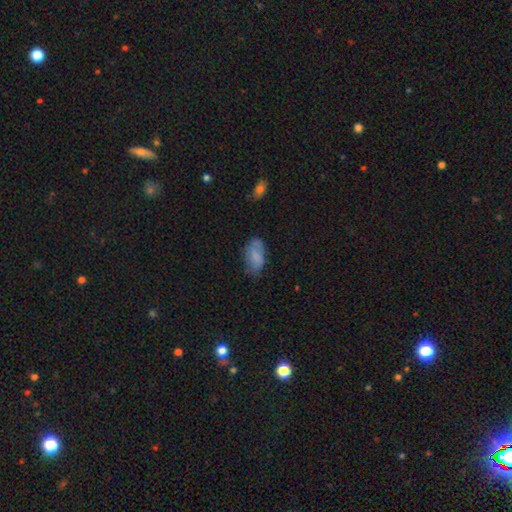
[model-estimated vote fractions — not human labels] This is likely a smooth galaxy (73%). How rounded: clearly in between (93%). Merging: likely none (63%).